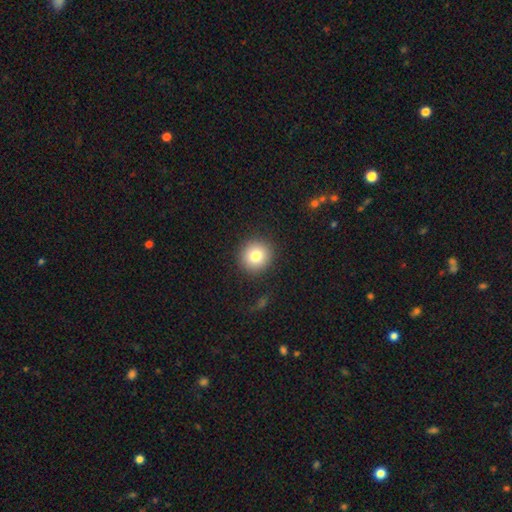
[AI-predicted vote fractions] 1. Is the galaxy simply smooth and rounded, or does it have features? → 80% smooth, 10% star or artifact, 10% featured or disk.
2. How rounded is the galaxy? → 92% round, 7% in between, 1% cigar-shaped.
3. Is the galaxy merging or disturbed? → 90% none, 6% minor disturbance, 3% major disturbance, 1% merger.